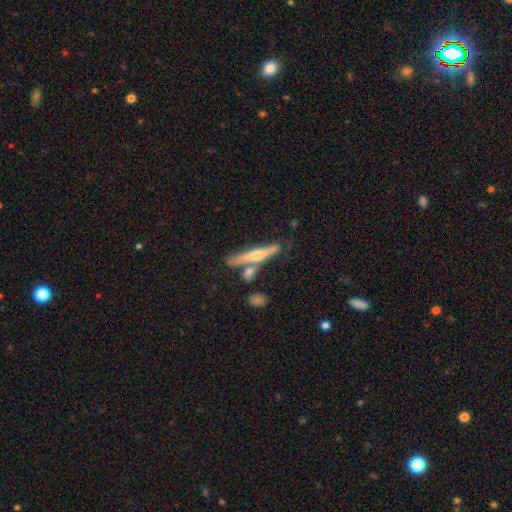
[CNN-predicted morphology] Overall: featured or disk (62%; smooth 31%). Edge-on disk: yes (94%). Edge-on bulge: rounded (85%). Merging: none (68%).